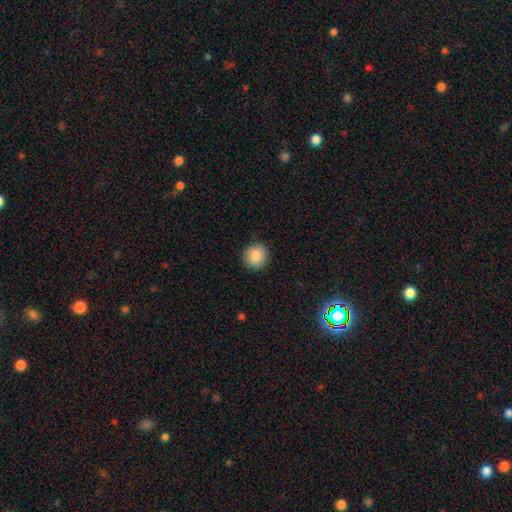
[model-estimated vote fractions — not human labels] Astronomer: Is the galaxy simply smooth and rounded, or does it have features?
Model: smooth — 88%.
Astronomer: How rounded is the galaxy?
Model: round — 91%.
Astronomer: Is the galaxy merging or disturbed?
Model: none — 90%.